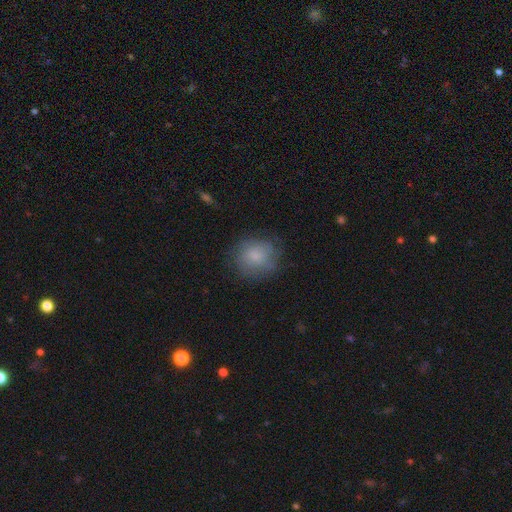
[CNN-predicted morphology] Overall: smooth (73%). How rounded: round (81%). Merging: none (73%).